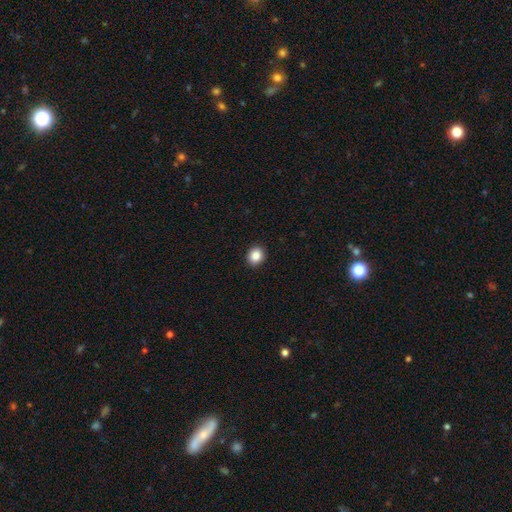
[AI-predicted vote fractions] Q: Smooth or featured?
A: smooth (87%); runner-up: star or artifact (9%)
Q: How rounded?
A: round (77%); runner-up: in between (22%)
Q: Merging?
A: none (92%); runner-up: minor disturbance (6%)